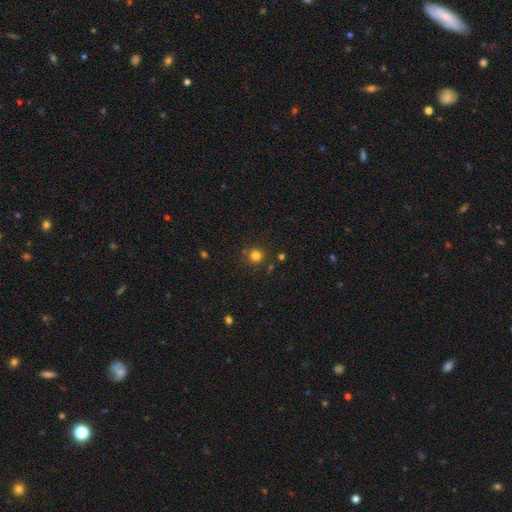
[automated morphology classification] Smooth or featured? smooth (80%)
How rounded? round (93%)
Merging? none (83%)